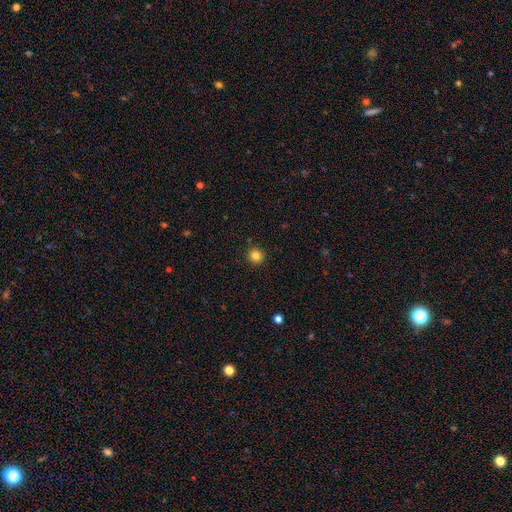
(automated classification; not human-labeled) Smooth or featured? smooth (83%)
How rounded? round (95%)
Merging? none (92%)